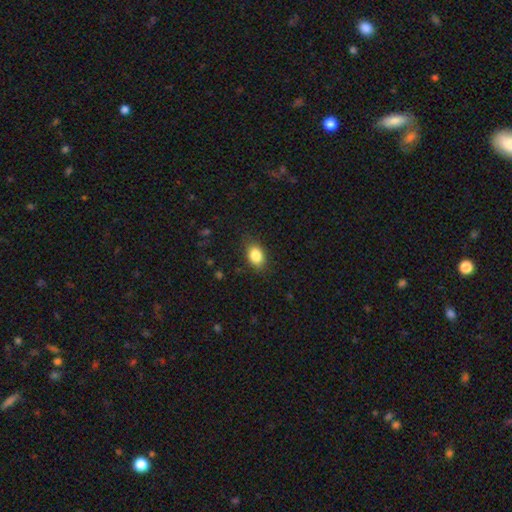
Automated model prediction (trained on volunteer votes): smooth-or-featured: smooth: 85% | star or artifact: 8% | featured or disk: 6%
  how-rounded: in between: 80% | round: 19% | cigar-shaped: 2%
  merging: none: 82% | minor disturbance: 13% | major disturbance: 3% | merger: 1%